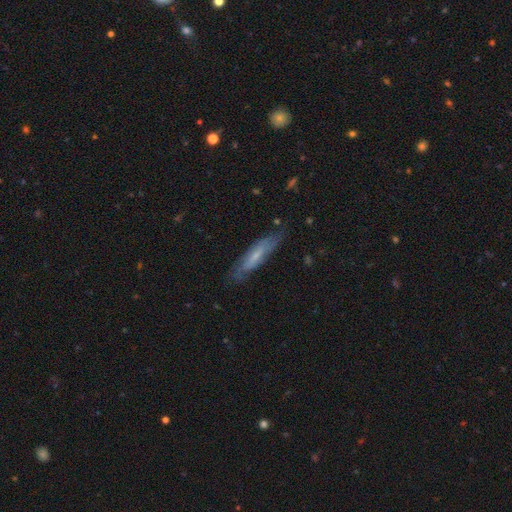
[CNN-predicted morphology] Smooth or featured: featured or disk — 47% (smooth — 46%)
Merging: none — 77% (minor disturbance — 17%)